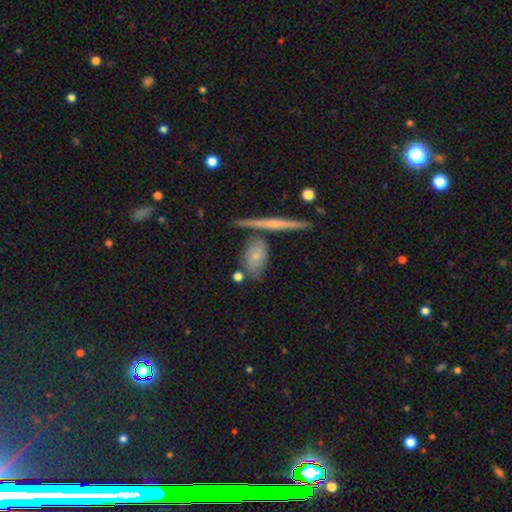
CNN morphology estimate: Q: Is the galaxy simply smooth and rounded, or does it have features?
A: smooth — 62%.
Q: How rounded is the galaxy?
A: in between — 74%.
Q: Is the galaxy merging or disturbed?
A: none — 63%.